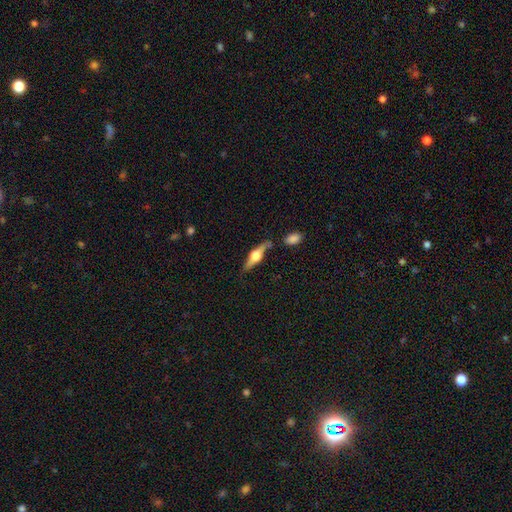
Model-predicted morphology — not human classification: This appears to be a featured or disk galaxy (69%) viewed edge-on (95%) with a rounded central bulge (94%). Merging: none (72%).